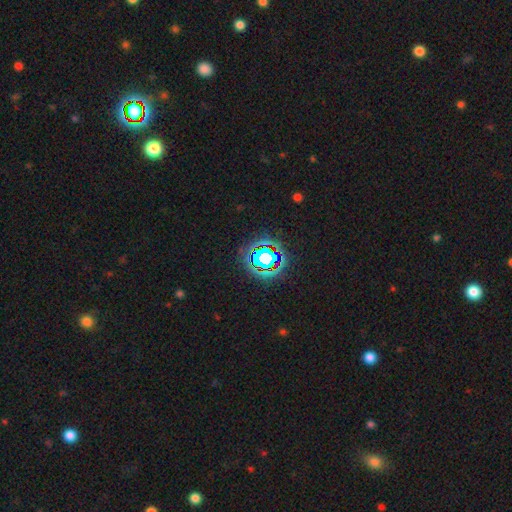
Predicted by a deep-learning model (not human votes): Morphology: type=star or artifact (80%).